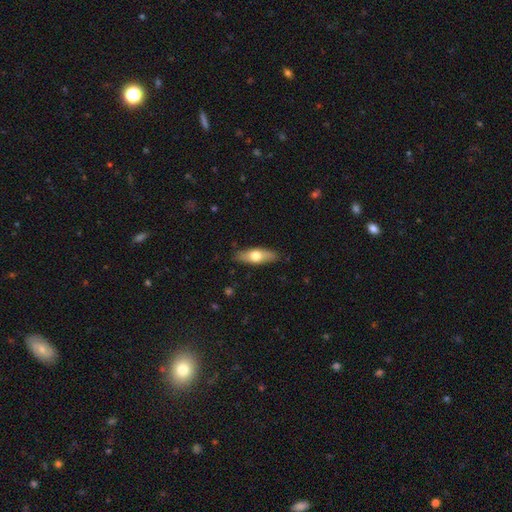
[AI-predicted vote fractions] Overall: smooth (58%; featured or disk 37%). How rounded: in between (57%; cigar-shaped 40%). Merging: none (86%).